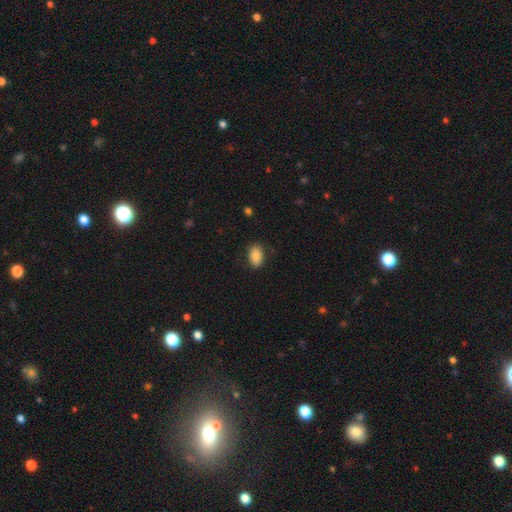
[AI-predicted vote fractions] This appears to be a smooth galaxy with no disk features (84%) that is in between round and cigar-shaped (87%). Merging: none (82%).